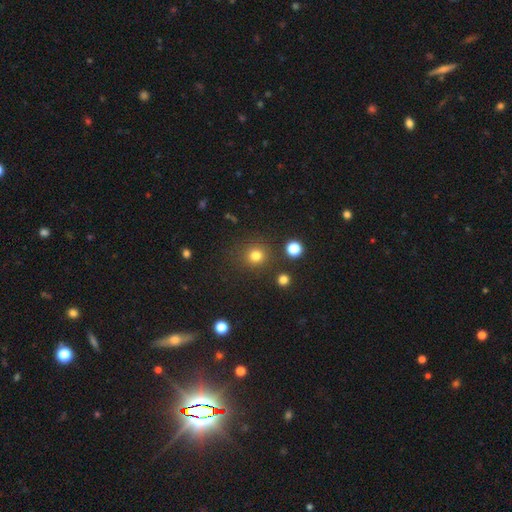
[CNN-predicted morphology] smooth_or_featured: smooth (p=0.80) [alt: star or artifact p=0.15]
how_rounded: round (p=0.92) [alt: in between p=0.07]
merging: none (p=0.86) [alt: minor disturbance p=0.07]